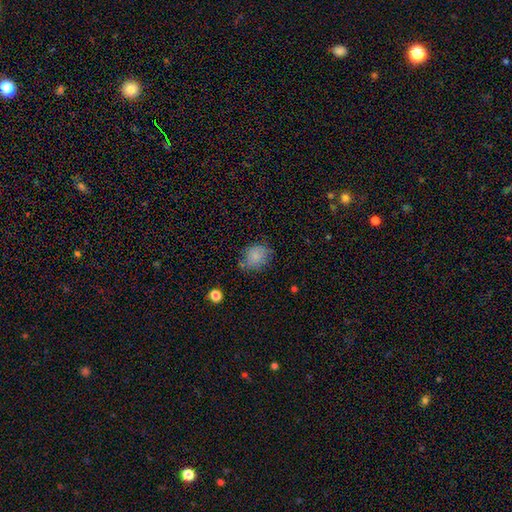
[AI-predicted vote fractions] The model was most divided on "how rounded": round: 50%, in between: 49%, cigar-shaped: 1%. More confident: smooth or featured — smooth (80%); merging — none (68%).